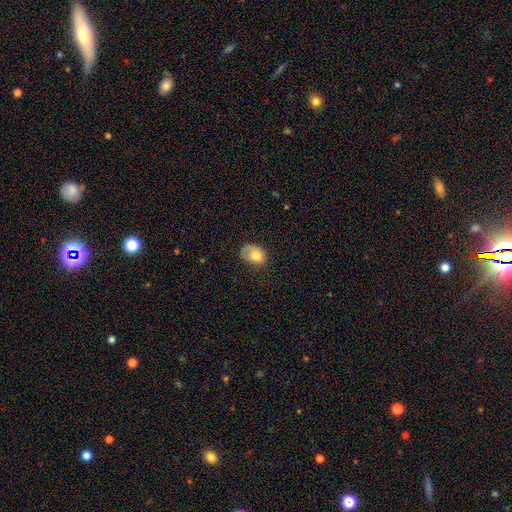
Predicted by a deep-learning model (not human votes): Smooth or featured? smooth (79%)
How rounded? in between (75%)
Merging? none (49%)